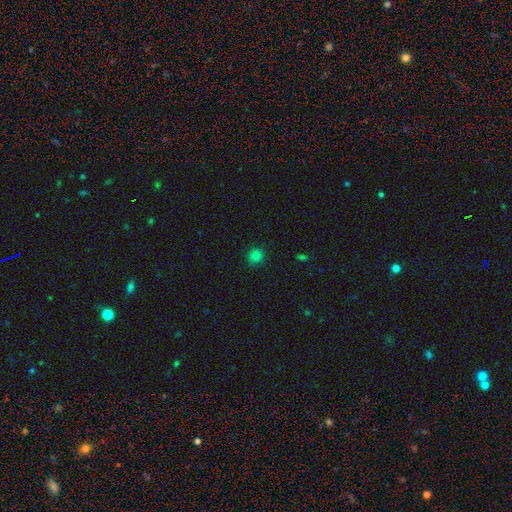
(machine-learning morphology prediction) This is likely a smooth galaxy (80%). How rounded: clearly round (88%). Merging: clearly none (89%).